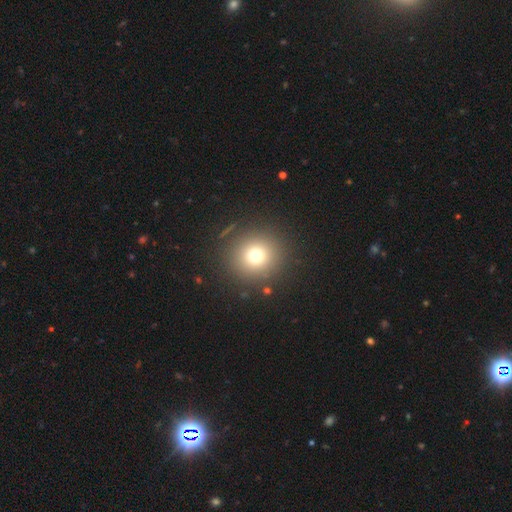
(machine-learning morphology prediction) Smooth or featured?
  - smooth: 73% *
  - star or artifact: 17%
  - featured or disk: 10%
How rounded?
  - round: 92% *
  - in between: 7%
  - cigar-shaped: 1%
Merging?
  - none: 89% *
  - minor disturbance: 6%
  - major disturbance: 3%
  - merger: 2%